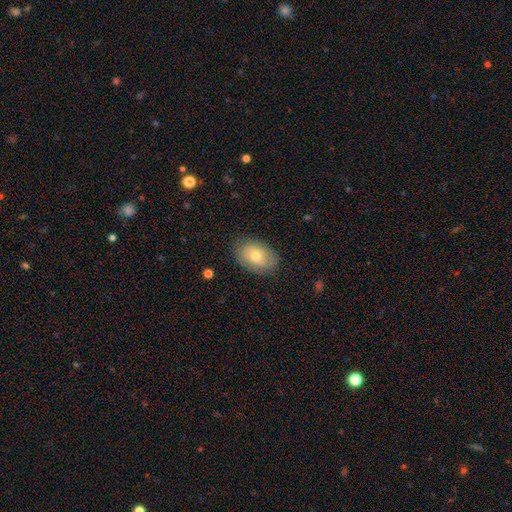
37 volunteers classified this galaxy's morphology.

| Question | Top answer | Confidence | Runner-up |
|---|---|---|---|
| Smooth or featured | smooth | 73% | featured or disk (27%) |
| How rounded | in between | 78% | round (22%) |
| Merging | none | 92% | minor disturbance (8%) |